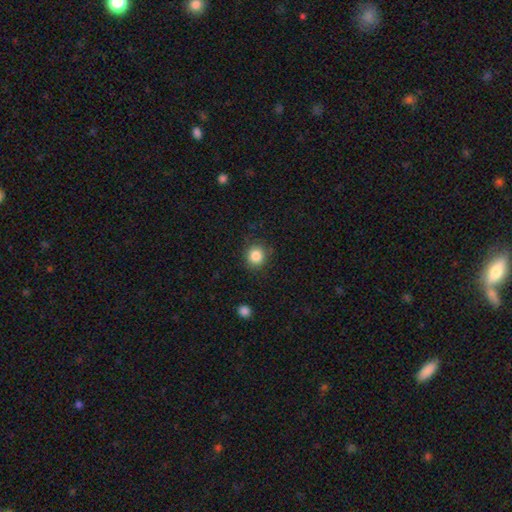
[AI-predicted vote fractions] Q: Smooth or featured?
A: smooth (85%); runner-up: star or artifact (10%)
Q: How rounded?
A: round (87%); runner-up: in between (12%)
Q: Merging?
A: none (85%); runner-up: minor disturbance (10%)